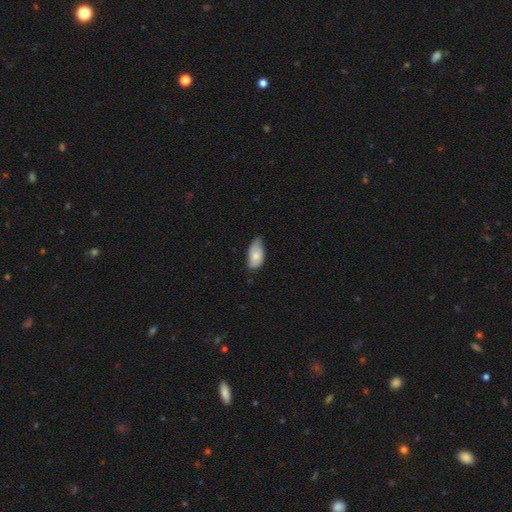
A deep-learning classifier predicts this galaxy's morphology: Smooth or featured?
  - smooth: 71% *
  - featured or disk: 23%
  - star or artifact: 7%
How rounded?
  - in between: 93% *
  - round: 4%
  - cigar-shaped: 3%
Merging?
  - none: 48% *
  - minor disturbance: 43%
  - major disturbance: 7%
  - merger: 2%